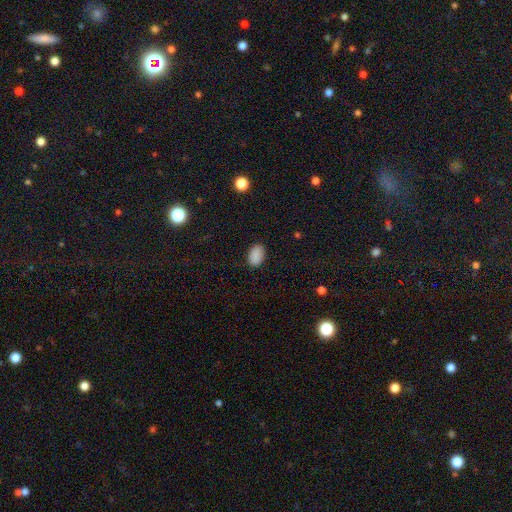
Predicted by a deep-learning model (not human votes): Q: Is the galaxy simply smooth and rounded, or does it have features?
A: smooth — 88%.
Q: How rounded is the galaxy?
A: in between — 89%.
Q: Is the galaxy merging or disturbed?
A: none — 86%.